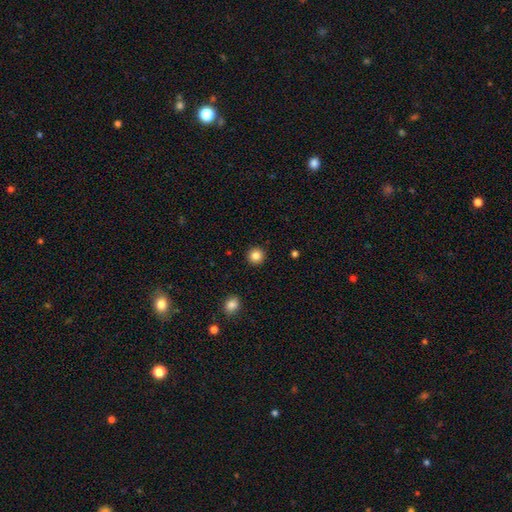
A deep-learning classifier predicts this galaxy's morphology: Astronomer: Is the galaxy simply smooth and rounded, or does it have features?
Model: smooth — 85%.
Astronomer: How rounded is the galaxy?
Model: round — 94%.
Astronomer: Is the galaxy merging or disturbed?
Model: none — 93%.